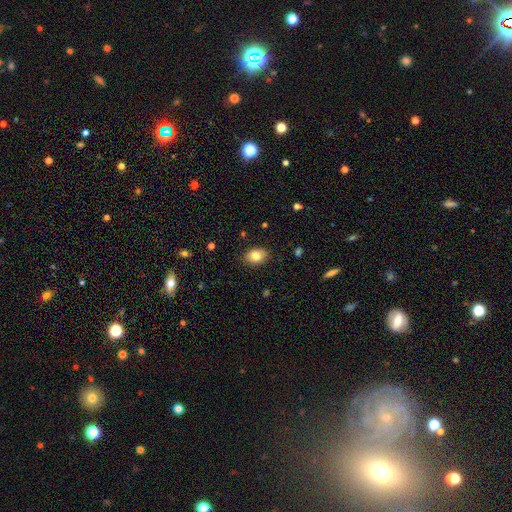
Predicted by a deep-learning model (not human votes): Morphology: type=smooth (82%); roundness=in between (73%); merging=none (86%).